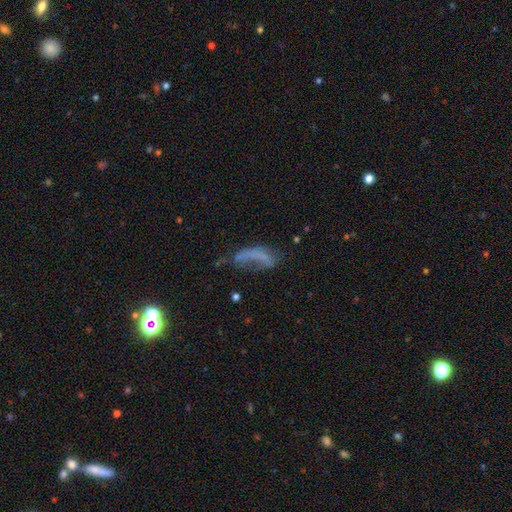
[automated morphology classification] type=smooth (41%); merging=major disturbance (43%).